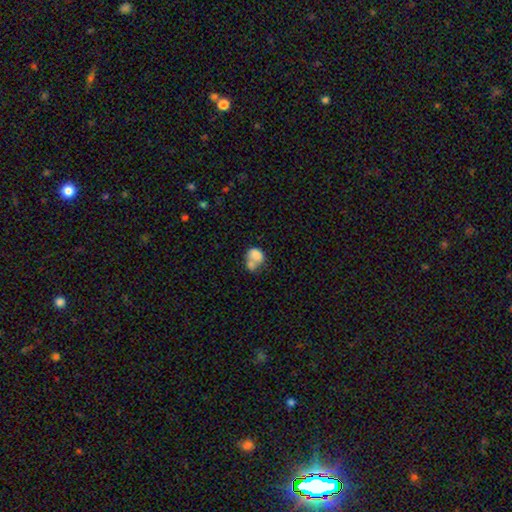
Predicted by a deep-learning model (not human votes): Smooth or featured? smooth (75%)
How rounded? in between (59%)
Merging? merger (56%)